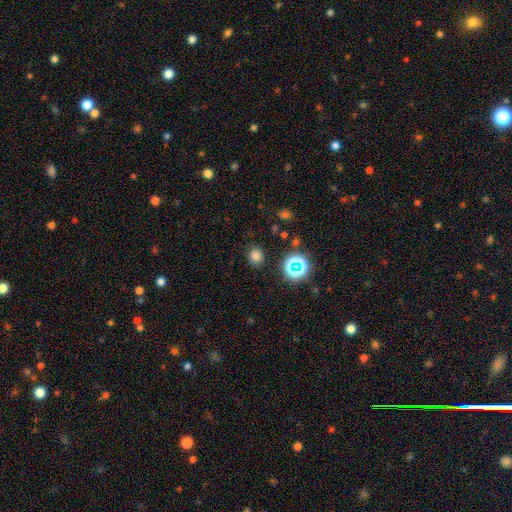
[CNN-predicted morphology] smooth 73%, star or artifact 21%, featured or disk 6%. Down the decision tree: how rounded — round (69%); merging — none (85%).